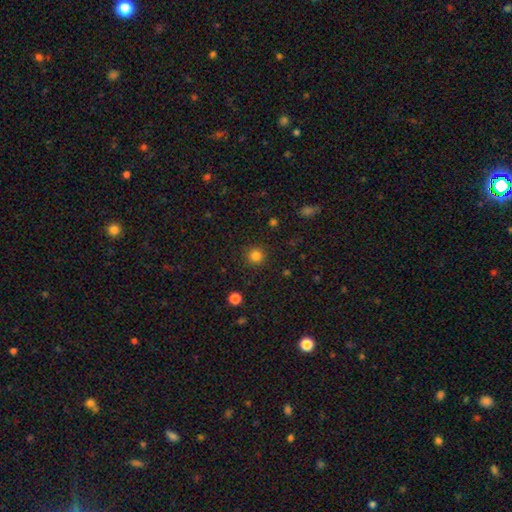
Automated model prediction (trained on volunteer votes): Smooth or featured: smooth — 83% (star or artifact — 13%)
How rounded: round — 94% (in between — 5%)
Merging: none — 90% (minor disturbance — 6%)